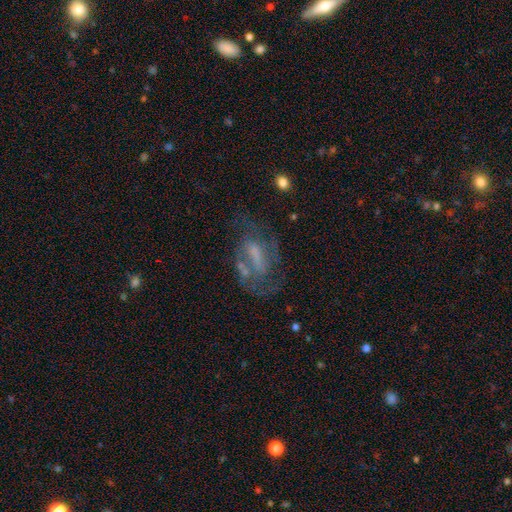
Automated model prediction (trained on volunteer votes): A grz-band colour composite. It shows a featured or disk galaxy (71%) with a weak bar (41%), 2 (55%) medium (47%) spiral arms (77%) and no central bulge (37%). Merging: none (49%).